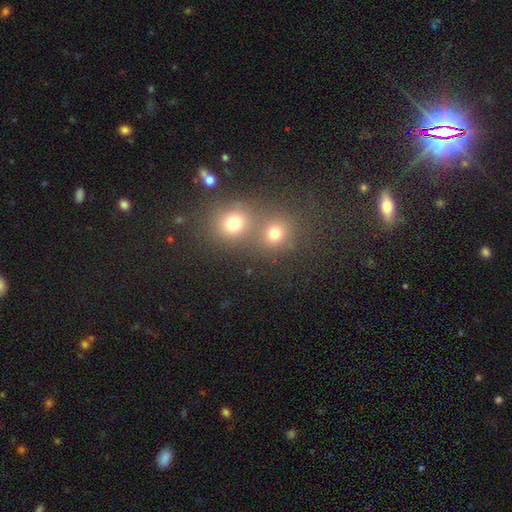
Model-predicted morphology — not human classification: The model was most divided on "merging": none: 47%, merger: 44%, minor disturbance: 6%, major disturbance: 3%. Remaining: smooth or featured — smooth (50%).